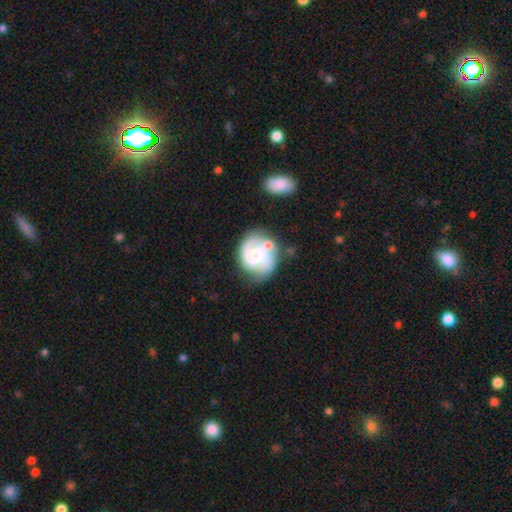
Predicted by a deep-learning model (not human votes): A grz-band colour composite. It shows a featured or disk galaxy (78%) with no bar (44%), 2 (69%) medium (49%) spiral arms (93%) and a moderate central bulge (37%). Merging: none (56%).